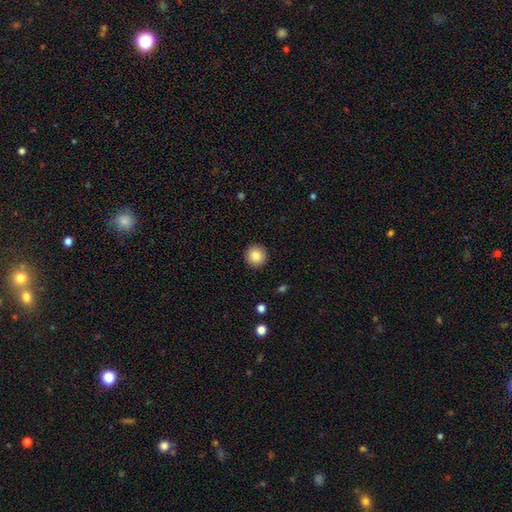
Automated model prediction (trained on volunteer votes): This appears to be a smooth galaxy with no disk features (85%) that is round (95%). Merging: none (92%).